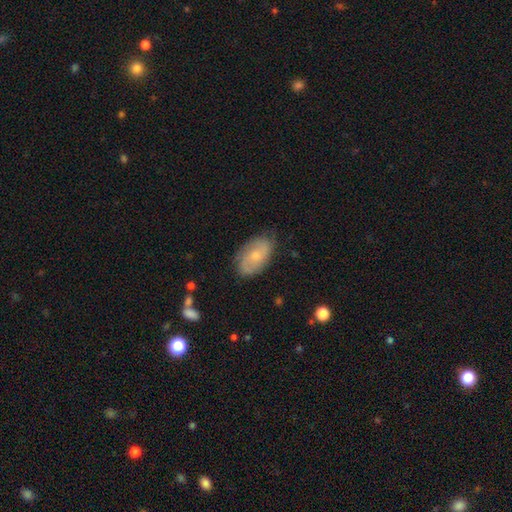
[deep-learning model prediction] smooth_or_featured: featured or disk (p=0.52) [alt: smooth p=0.41]
disk_edge_on: no (p=0.95) [alt: yes p=0.05]
merging: none (p=0.76) [alt: minor disturbance p=0.18]